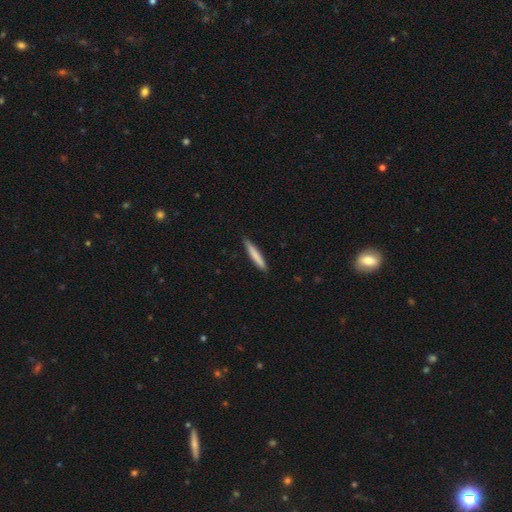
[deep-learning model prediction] Morphology: type=smooth (79%); roundness=cigar-shaped (94%); merging=none (89%).